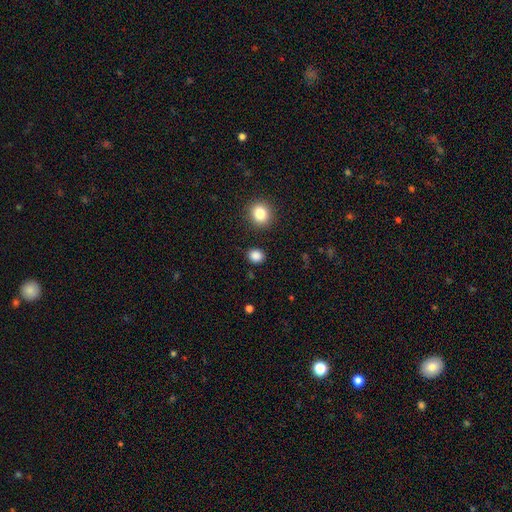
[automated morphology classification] type=smooth (86%); roundness=round (72%); merging=none (88%).